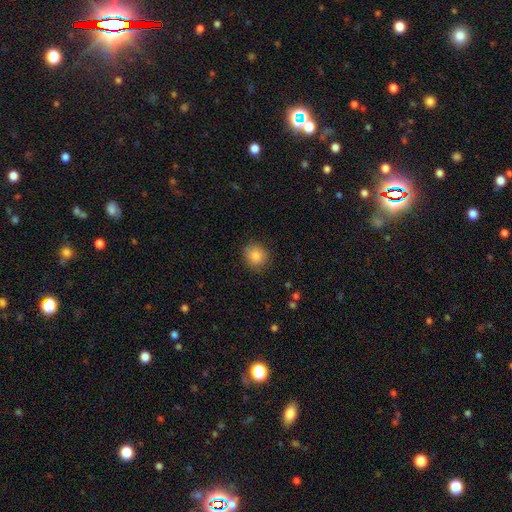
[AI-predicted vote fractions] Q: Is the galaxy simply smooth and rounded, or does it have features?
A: smooth — 86%.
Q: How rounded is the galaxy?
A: round — 83%.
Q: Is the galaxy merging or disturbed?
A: none — 85%.